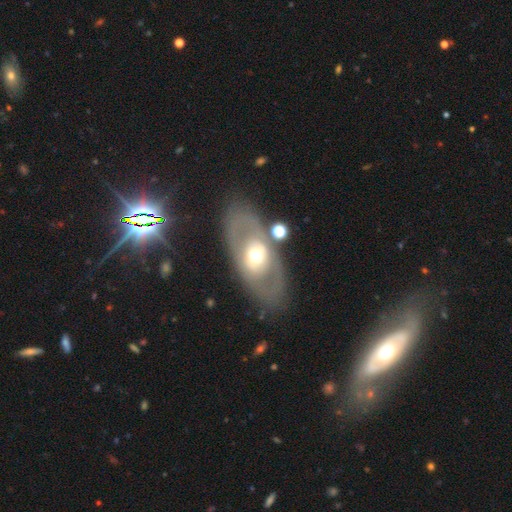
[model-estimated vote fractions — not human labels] Morphology: type=featured or disk (62%); edge-on=no (88%); bar=no (73%); spiral arms=no (82%); bulge=moderate (69%); merging=none (75%).